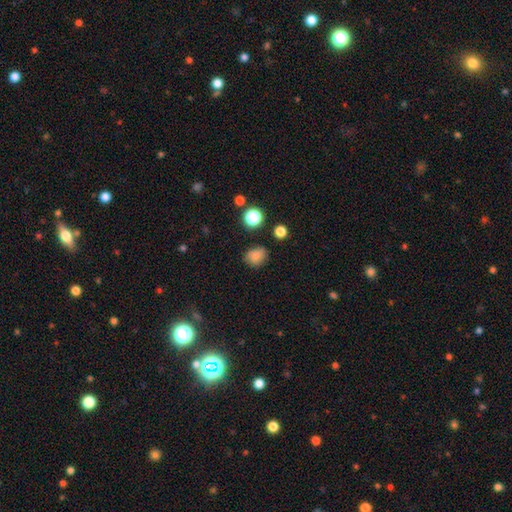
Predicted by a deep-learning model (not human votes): This is clearly a smooth galaxy (81%). How rounded: possibly round (57%). Merging: likely none (75%).